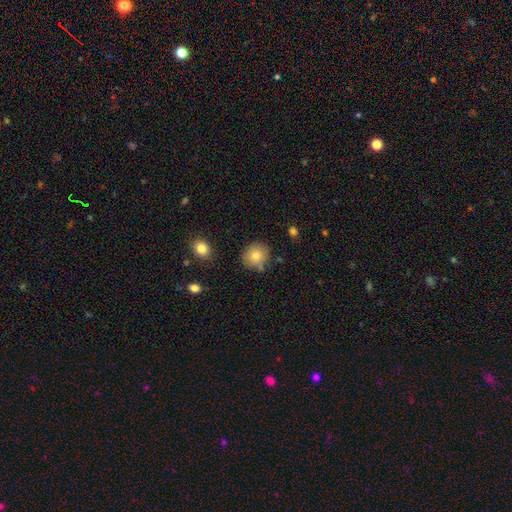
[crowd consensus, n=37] A smooth galaxy with no disk features (84%) that is round (84%). Merging: none (89%).